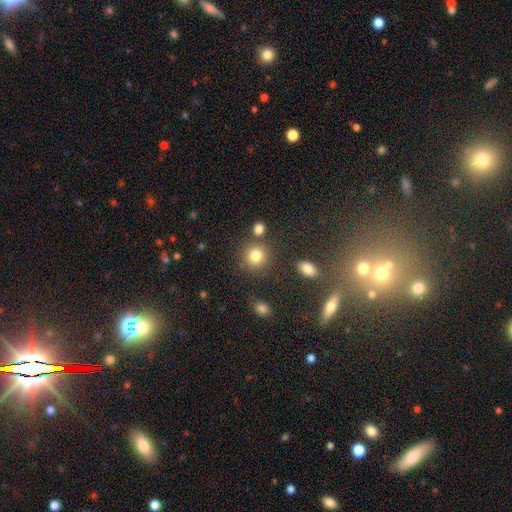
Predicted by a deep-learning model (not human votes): Smooth or featured: smooth — 82% (star or artifact — 12%)
How rounded: round — 87% (in between — 12%)
Merging: none — 76% (merger — 10%)